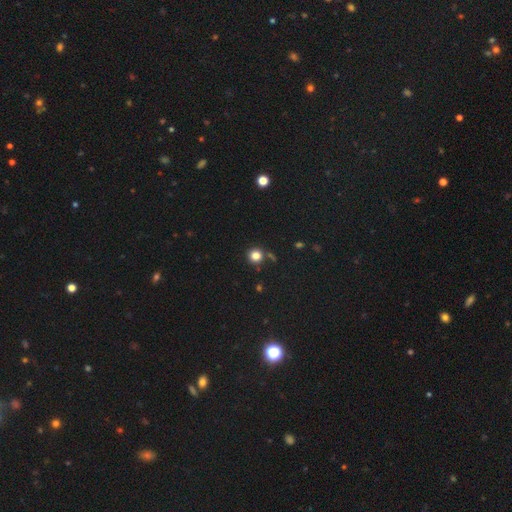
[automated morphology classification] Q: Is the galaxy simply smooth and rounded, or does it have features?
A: smooth — 81%.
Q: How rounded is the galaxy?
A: round — 94%.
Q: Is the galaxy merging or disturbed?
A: none — 83%.